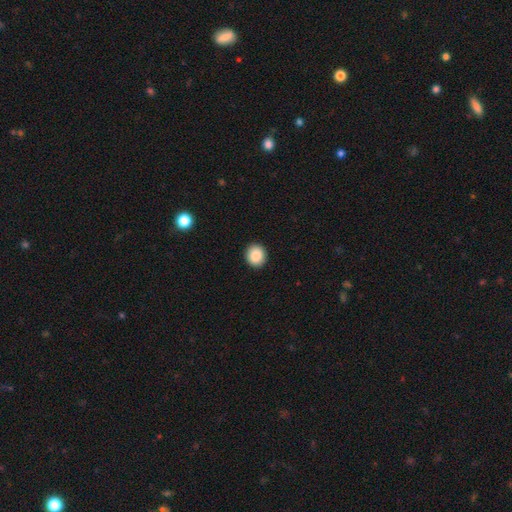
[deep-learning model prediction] This is clearly a smooth galaxy (88%). How rounded: likely round (77%). Merging: clearly none (92%).